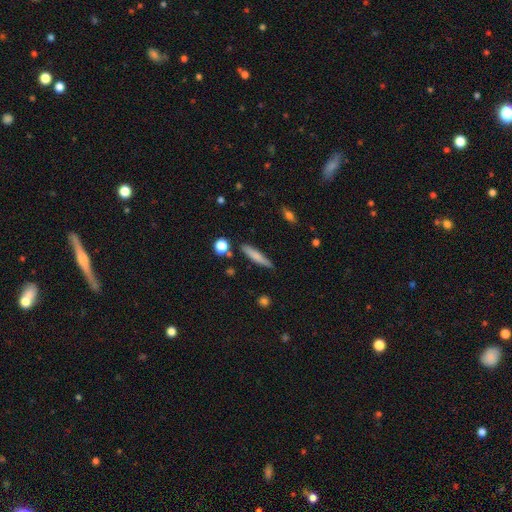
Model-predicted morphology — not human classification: Smooth or featured? Predicted: smooth (p=0.73). How rounded? Predicted: cigar-shaped (p=0.87). Merging? Predicted: none (p=0.79).